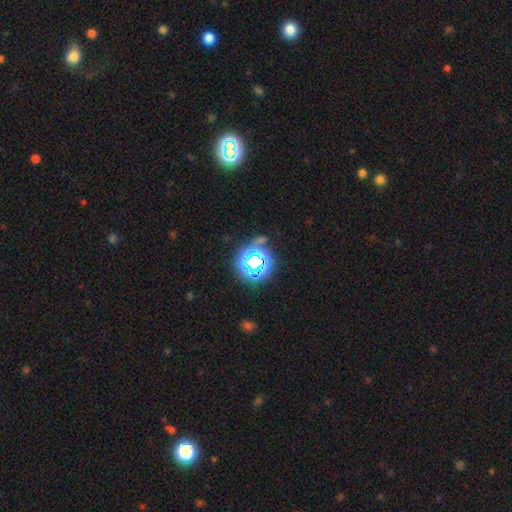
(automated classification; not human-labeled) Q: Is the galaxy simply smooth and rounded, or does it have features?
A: star or artifact — 69%.